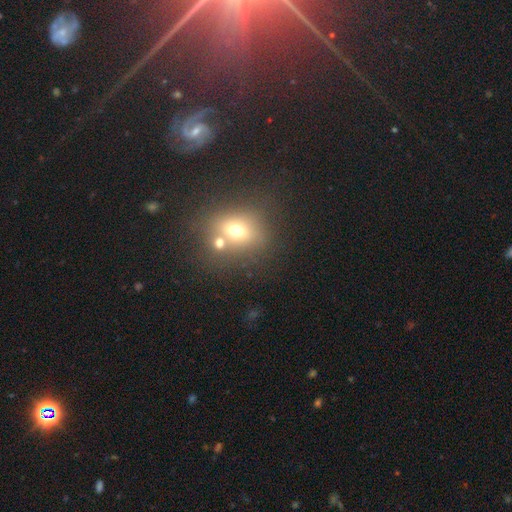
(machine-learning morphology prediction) This appears to be a smooth galaxy with no disk features (50%). Merging: none (59%).